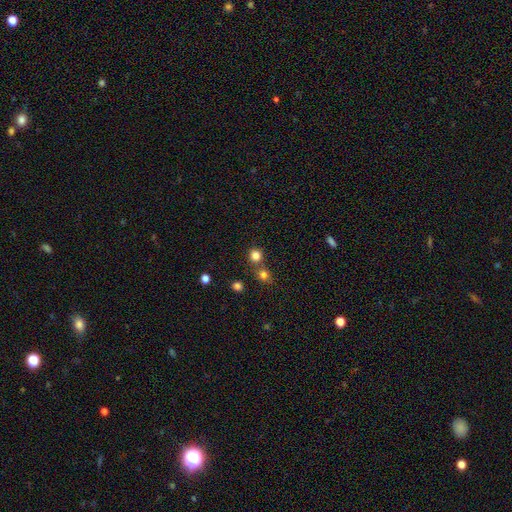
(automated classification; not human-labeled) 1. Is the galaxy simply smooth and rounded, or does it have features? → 80% smooth, 15% star or artifact, 5% featured or disk.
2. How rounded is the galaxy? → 90% round, 9% in between, 1% cigar-shaped.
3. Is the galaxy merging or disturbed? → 66% none, 24% merger, 7% minor disturbance, 3% major disturbance.